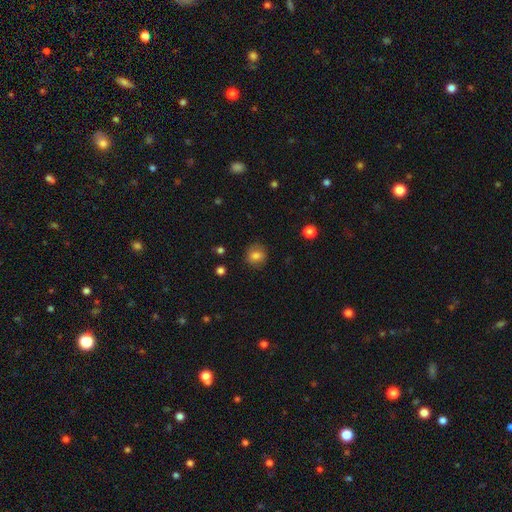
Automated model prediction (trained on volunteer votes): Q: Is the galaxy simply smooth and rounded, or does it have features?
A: smooth — 81%.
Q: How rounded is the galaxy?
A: round — 79%.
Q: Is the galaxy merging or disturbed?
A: none — 85%.